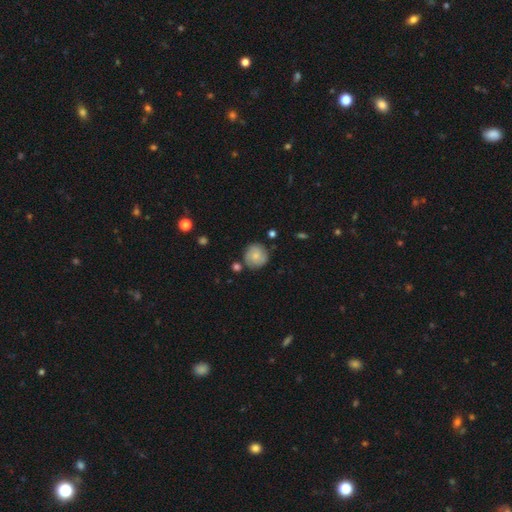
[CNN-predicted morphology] Smooth or featured?
  - smooth: 56% *
  - featured or disk: 36%
  - star or artifact: 8%
How rounded?
  - round: 91% *
  - in between: 8%
  - cigar-shaped: 1%
Merging?
  - none: 77% *
  - minor disturbance: 14%
  - merger: 5%
  - major disturbance: 4%